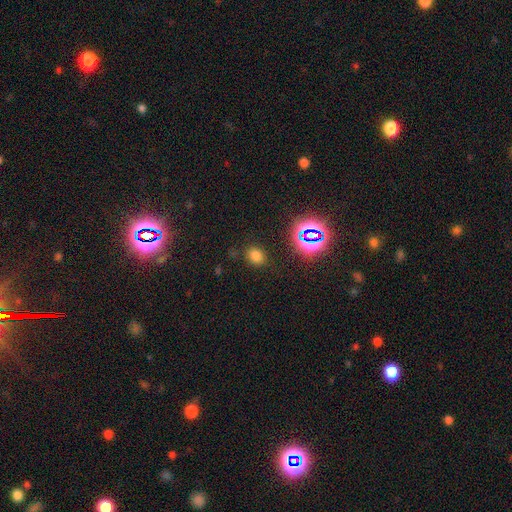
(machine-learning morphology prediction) type=smooth (69%); roundness=round (49%, tied with in between); merging=none (84%).